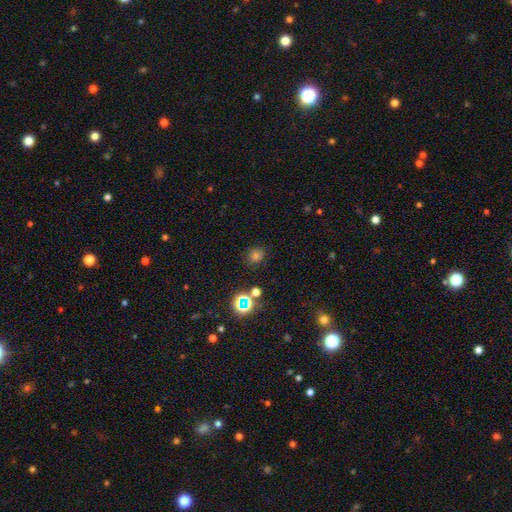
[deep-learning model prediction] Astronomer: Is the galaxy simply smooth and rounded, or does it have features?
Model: smooth — 69%.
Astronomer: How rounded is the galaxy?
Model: round — 68%.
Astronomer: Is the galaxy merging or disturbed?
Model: none — 82%.